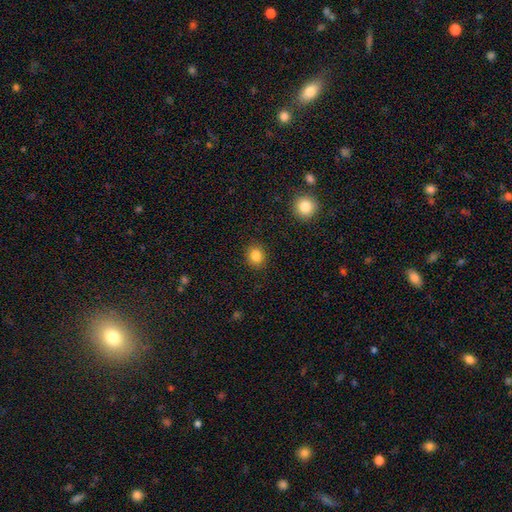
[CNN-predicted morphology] Smooth or featured? Predicted: smooth (p=0.84). How rounded? Predicted: round (p=0.77). Merging? Predicted: none (p=0.90).